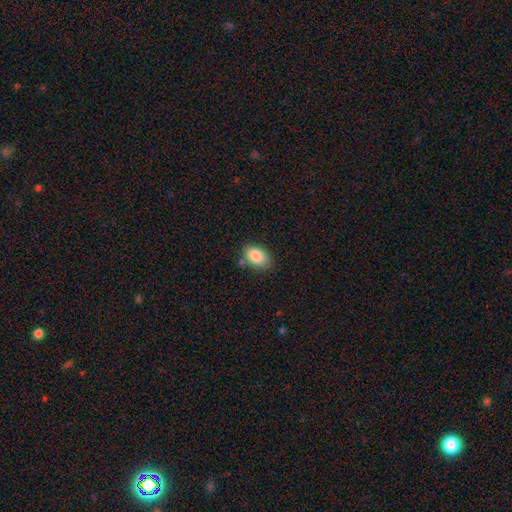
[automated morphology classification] smooth-or-featured: smooth: 87% | star or artifact: 8% | featured or disk: 6%
  how-rounded: in between: 86% | round: 12% | cigar-shaped: 1%
  merging: none: 75% | minor disturbance: 17% | merger: 5% | major disturbance: 4%